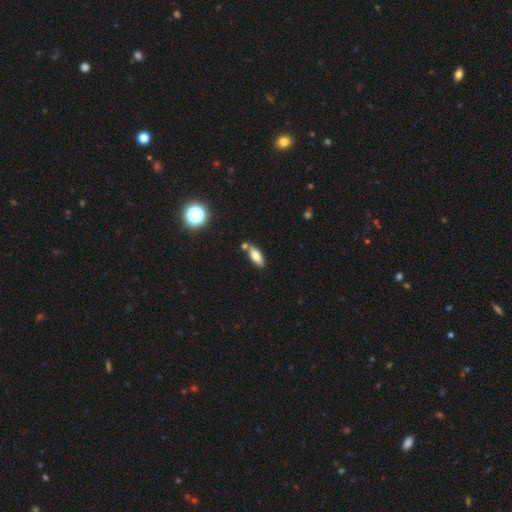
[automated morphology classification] smooth-or-featured: smooth: 65% | featured or disk: 26% | star or artifact: 9%
  how-rounded: in between: 68% | cigar-shaped: 29% | round: 3%
  merging: none: 72% | minor disturbance: 13% | merger: 13% | major disturbance: 3%